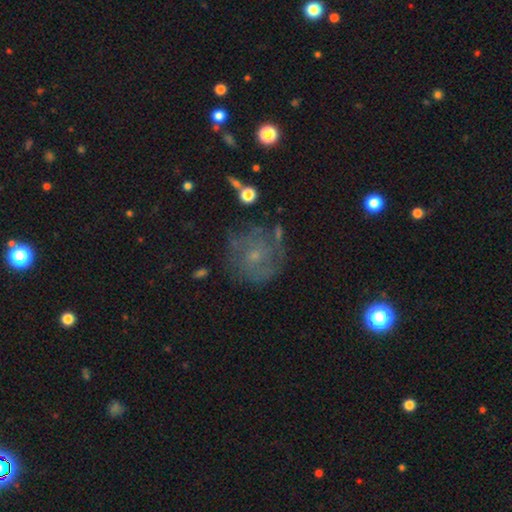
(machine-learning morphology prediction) Smooth or featured?
  - featured or disk: 56% *
  - smooth: 29%
  - star or artifact: 16%
Edge-on disk?
  - no: 97% *
  - yes: 3%
Bar?
  - no: 77% *
  - weak: 20%
  - strong: 3%
Spiral arms?
  - yes: 73% *
  - no: 27%
Bulge size?
  - small: 68% *
  - moderate: 23%
  - none: 6%
  - large: 2%
  - dominant: 1%
Merging?
  - none: 72% *
  - minor disturbance: 16%
  - major disturbance: 9%
  - merger: 2%